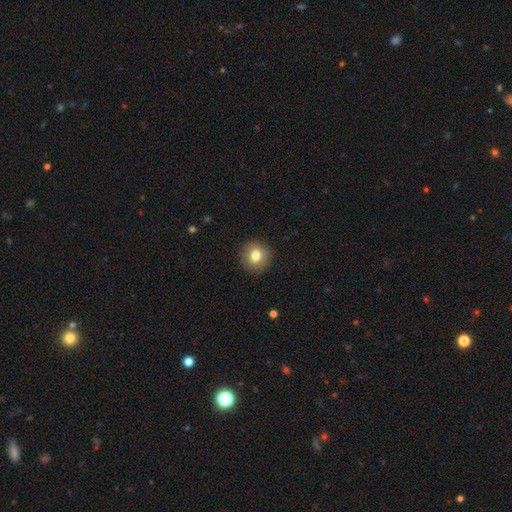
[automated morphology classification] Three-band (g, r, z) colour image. It shows a smooth galaxy with no disk features (78%) that is round (87%). Merging: none (90%).